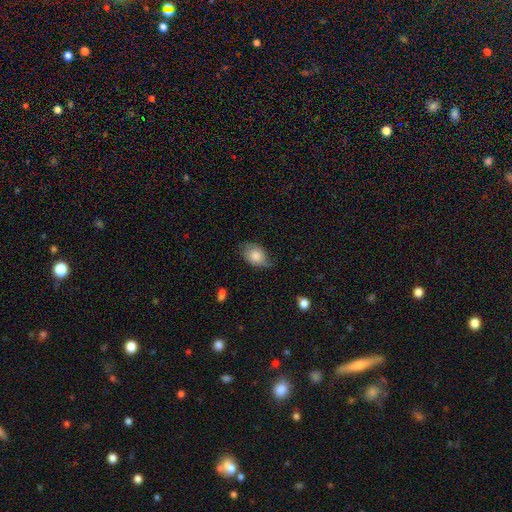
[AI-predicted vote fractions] Overall: smooth (75%). How rounded: in between (77%). Merging: none (54%; minor disturbance 35%).